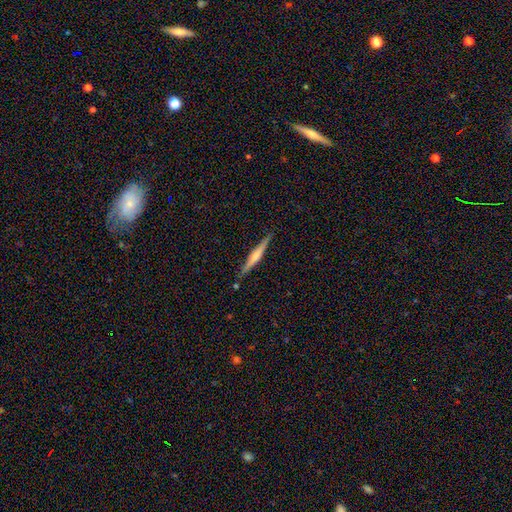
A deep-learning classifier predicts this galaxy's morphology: Q: Smooth or featured?
A: featured or disk (60%); runner-up: smooth (34%)
Q: Edge-on disk?
A: yes (98%); runner-up: no (2%)
Q: Edge-on bulge?
A: rounded (65%); runner-up: none (20%)
Q: Merging?
A: none (88%); runner-up: minor disturbance (9%)